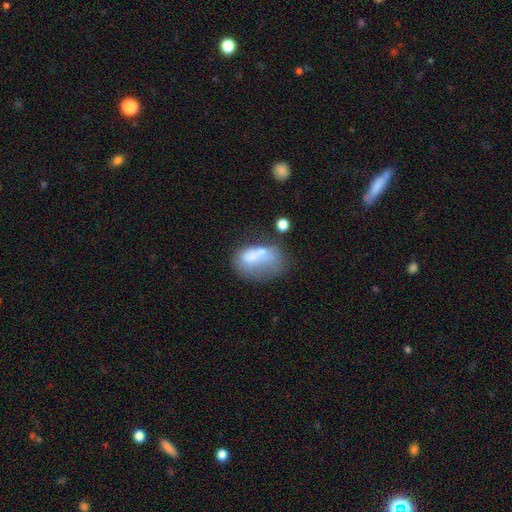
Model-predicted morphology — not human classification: smooth-or-featured: smooth: 59% | featured or disk: 30% | star or artifact: 11%
  how-rounded: in between: 82% | round: 15% | cigar-shaped: 3%
  merging: merger: 34% | major disturbance: 28% | none: 20% | minor disturbance: 18%